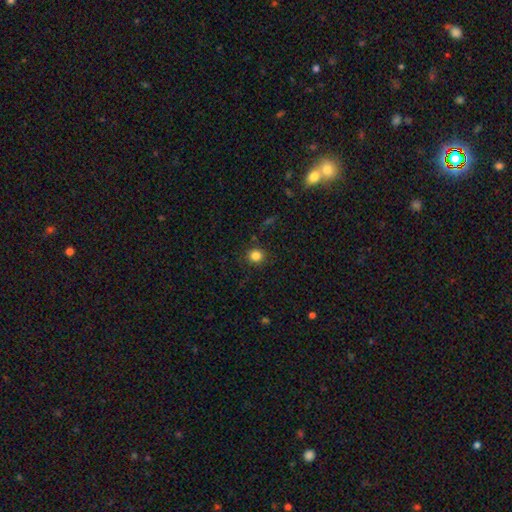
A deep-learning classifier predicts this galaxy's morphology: A smooth galaxy with no disk features (83%) that is round (88%). Merging: none (88%).